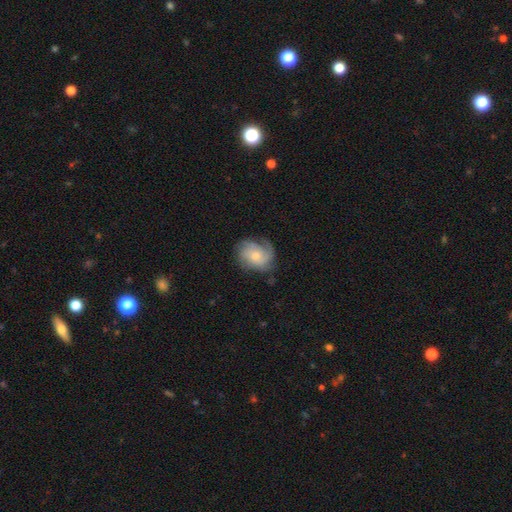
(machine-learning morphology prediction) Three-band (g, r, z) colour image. It shows a featured or disk galaxy (60%) with no bar (78%), can't tell (29%, tied with 3) tight (42%) spiral arms (90%) and a small central bulge (47%). Merging: none (64%).